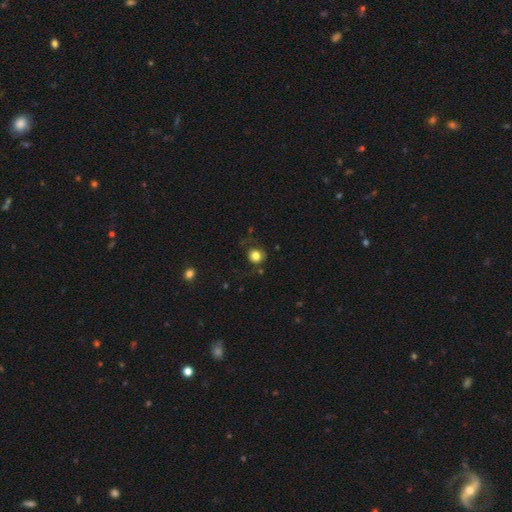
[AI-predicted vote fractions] This appears to be a smooth galaxy with no disk features (80%) that is round (85%). Merging: none (72%).